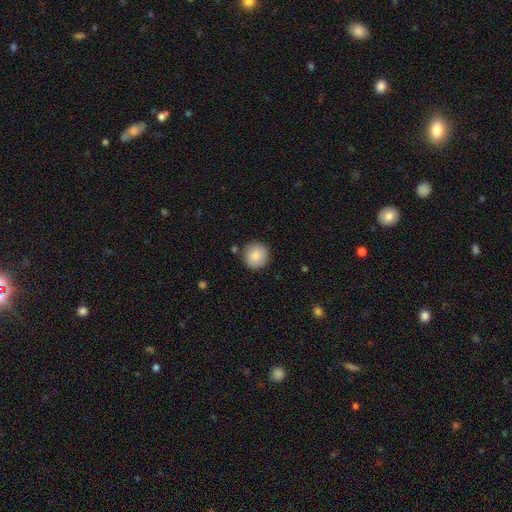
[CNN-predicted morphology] This appears to be a smooth galaxy with no disk features (85%) that is round (94%). Merging: none (86%).